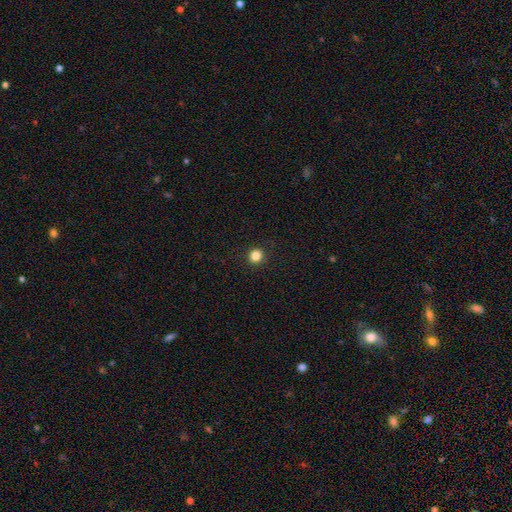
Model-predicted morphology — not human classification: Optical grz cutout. It shows a smooth galaxy with no disk features (84%) that is round (92%). Merging: none (93%).